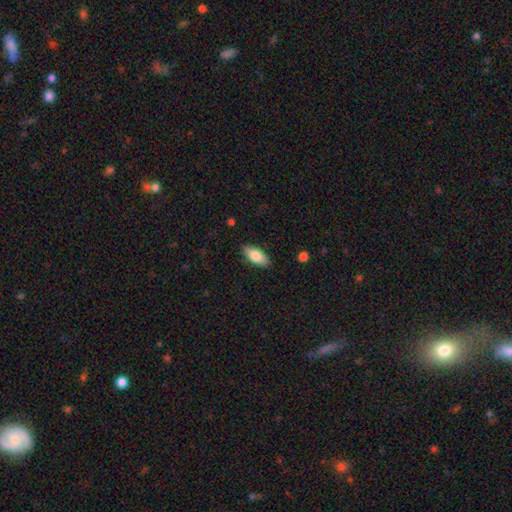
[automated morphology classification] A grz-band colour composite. It shows a smooth galaxy with no disk features (80%) that is in between round and cigar-shaped (87%). Merging: none (87%).